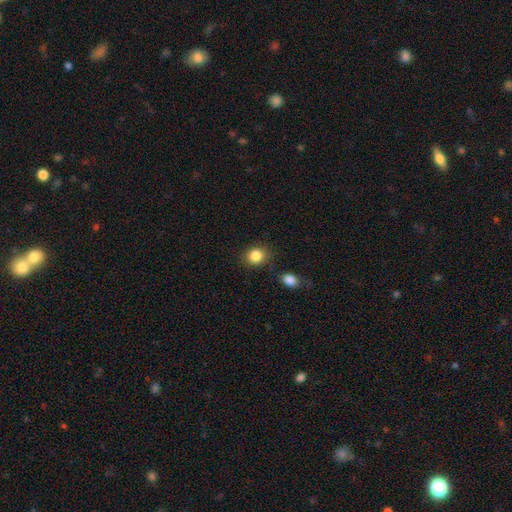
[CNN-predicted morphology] A smooth galaxy with no disk features (86%) that is round (69%). Merging: none (80%).